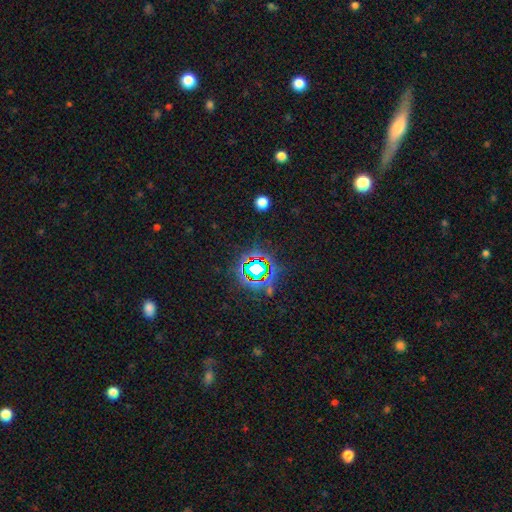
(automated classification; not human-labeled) Q: Smooth or featured?
A: star or artifact (76%); runner-up: smooth (14%)